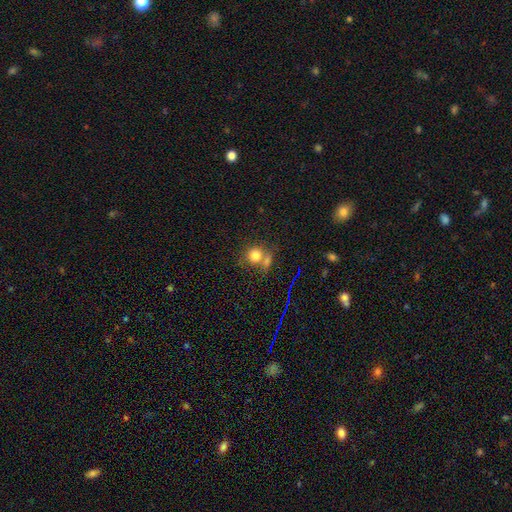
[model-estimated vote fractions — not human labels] This is likely a smooth galaxy (77%). How rounded: clearly round (81%). Merging: possibly none (48%).